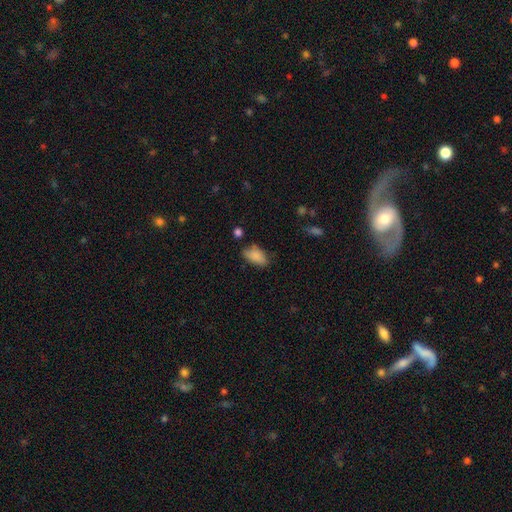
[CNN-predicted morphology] This is clearly a smooth galaxy (84%). How rounded: clearly in between (91%). Merging: likely none (62%).